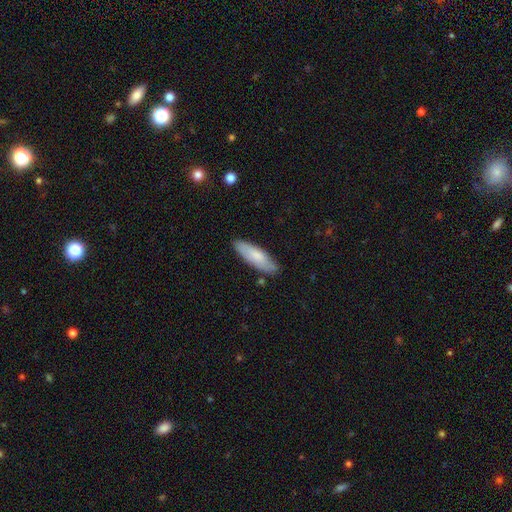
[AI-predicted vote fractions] This is likely a smooth galaxy (74%). How rounded: possibly in between (52%). Merging: clearly none (82%).